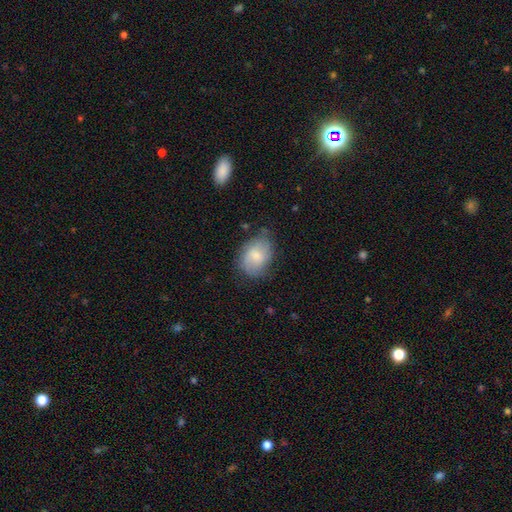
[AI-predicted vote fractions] Q: Smooth or featured?
A: smooth (70%); runner-up: featured or disk (23%)
Q: How rounded?
A: in between (68%); runner-up: round (31%)
Q: Merging?
A: none (63%); runner-up: minor disturbance (28%)